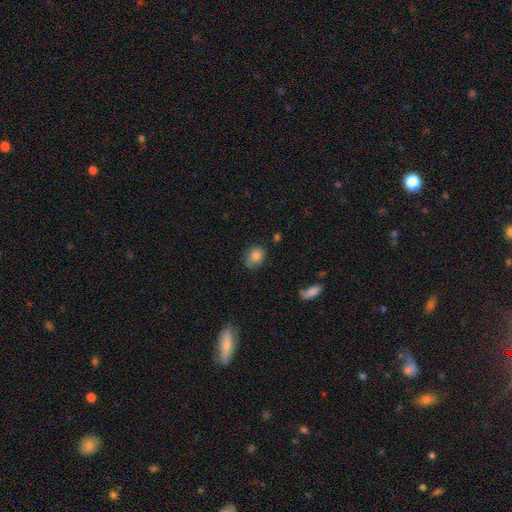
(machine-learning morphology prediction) This appears to be a smooth galaxy with no disk features (81%) that is in between round and cigar-shaped (54%). Merging: none (62%).